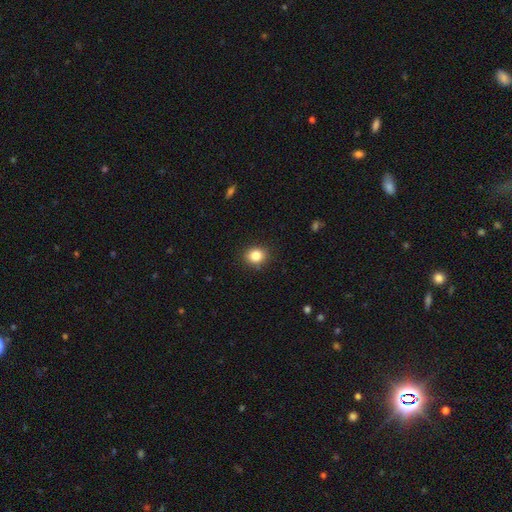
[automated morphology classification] A smooth galaxy with no disk features (84%) that is round (73%).

Vote fractions:
- Smooth or featured? smooth: 84% / star or artifact: 11% / featured or disk: 6%
- How rounded? round: 73% / in between: 26% / cigar-shaped: 1%
- Merging? none: 89% / minor disturbance: 8% / major disturbance: 2% / merger: 1%